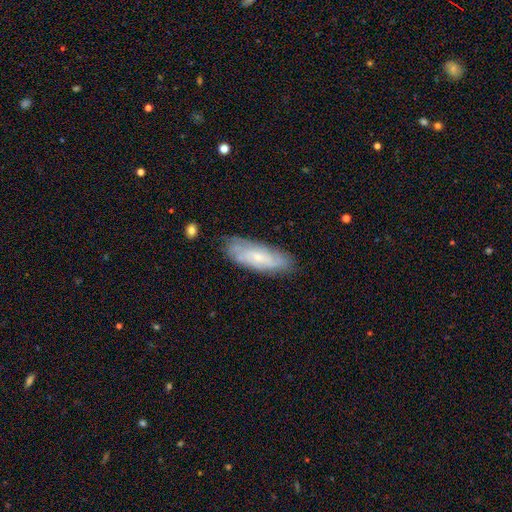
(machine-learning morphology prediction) This is possibly a smooth galaxy (48%). Merging: likely none (80%).